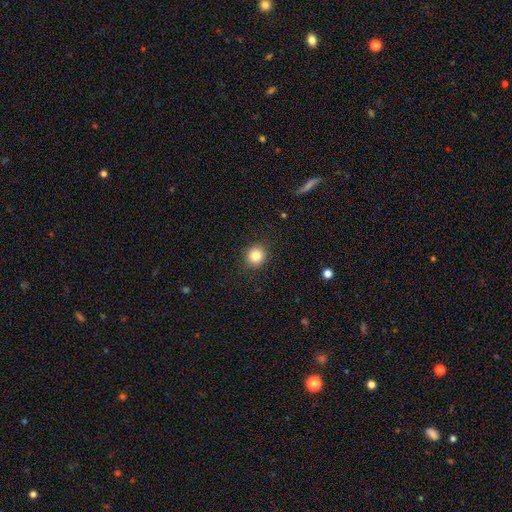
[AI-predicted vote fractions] The model was most divided on "smooth or featured": smooth: 83%, star or artifact: 11%, featured or disk: 6%. More confident: merging — none (91%); how rounded — round (89%).